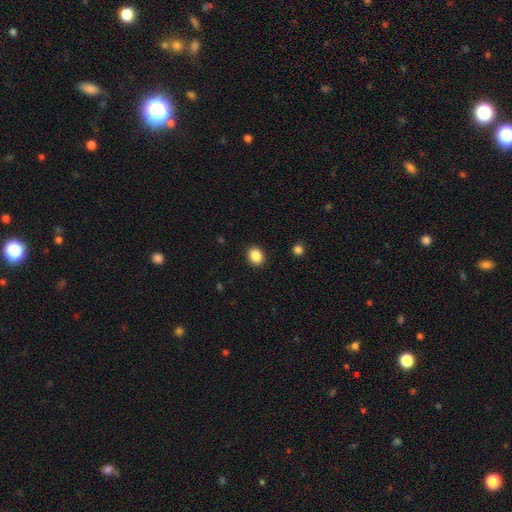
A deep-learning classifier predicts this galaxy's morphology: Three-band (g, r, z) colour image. It shows a smooth galaxy with no disk features (88%) that is round (62%). Merging: none (90%).